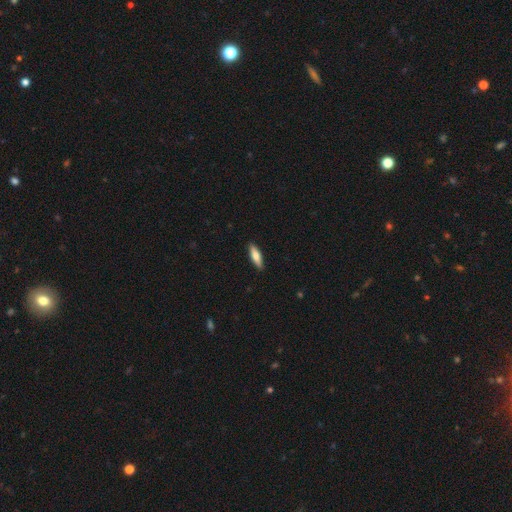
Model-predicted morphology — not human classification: This is likely a smooth galaxy (72%). How rounded: possibly cigar-shaped (58%). Merging: clearly none (90%).